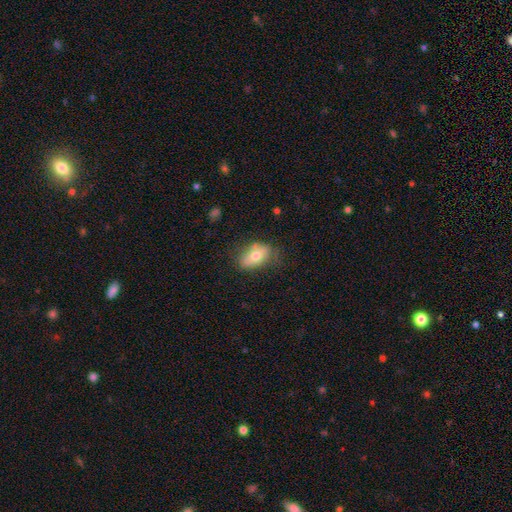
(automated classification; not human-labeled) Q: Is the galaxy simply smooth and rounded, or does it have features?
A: smooth — 68%.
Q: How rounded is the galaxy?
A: in between — 88%.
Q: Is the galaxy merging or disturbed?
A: none — 63%.